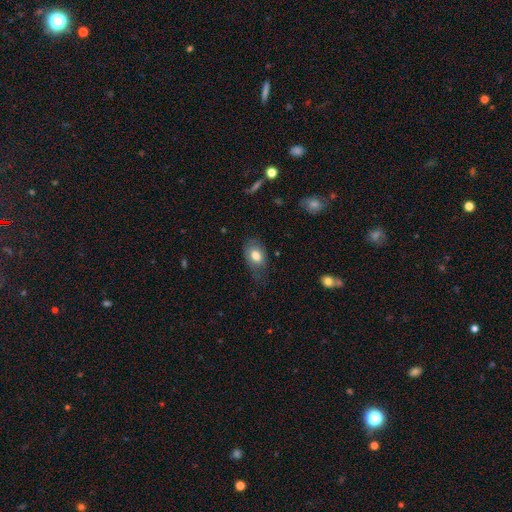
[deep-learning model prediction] Smooth or featured: smooth — 75% (featured or disk — 18%)
How rounded: in between — 83% (round — 15%)
Merging: none — 54% (minor disturbance — 31%)